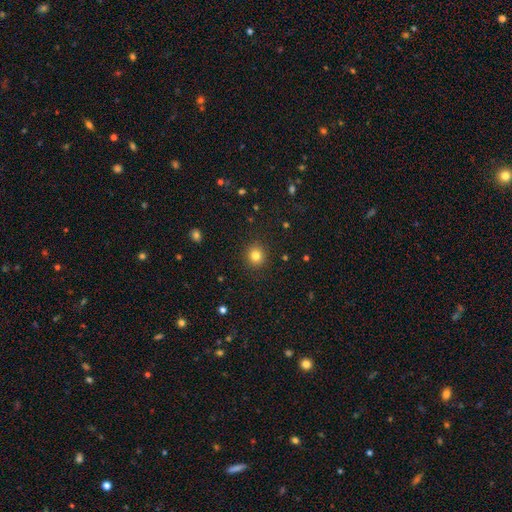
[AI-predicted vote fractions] smooth-or-featured: smooth: 82% | star or artifact: 12% | featured or disk: 6%
  how-rounded: round: 89% | in between: 10% | cigar-shaped: 1%
  merging: none: 91% | minor disturbance: 6% | major disturbance: 2% | merger: 1%